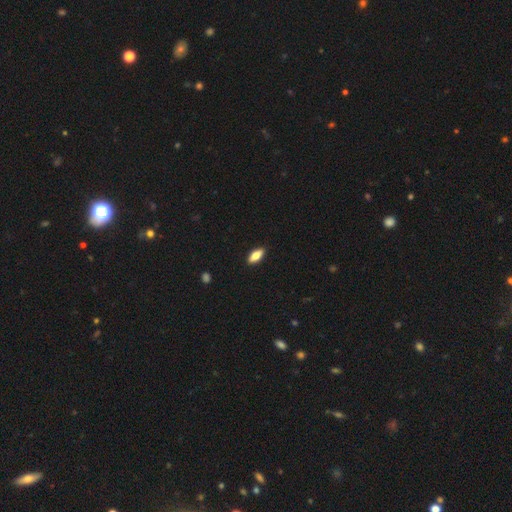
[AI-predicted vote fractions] This appears to be a smooth galaxy with no disk features (71%) that is in between round and cigar-shaped (78%). Merging: none (90%).